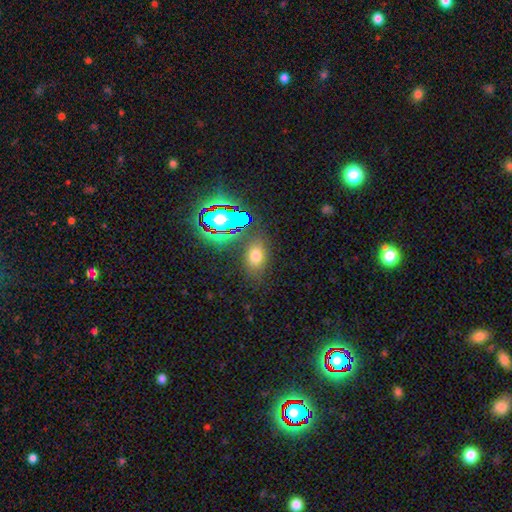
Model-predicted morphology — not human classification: A smooth galaxy with no disk features (66%) that is in between round and cigar-shaped (80%).

Vote fractions:
- Smooth or featured? smooth: 66% / star or artifact: 23% / featured or disk: 11%
- How rounded? in between: 80% / round: 18% / cigar-shaped: 2%
- Merging? none: 78% / minor disturbance: 13% / major disturbance: 5% / merger: 4%